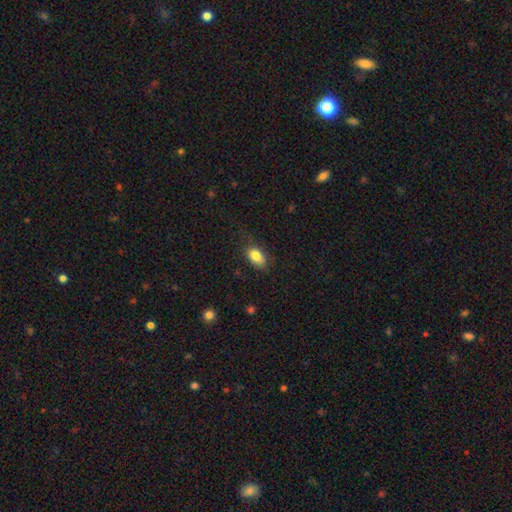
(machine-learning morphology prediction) Smooth or featured? smooth (83%)
How rounded? in between (88%)
Merging? none (72%)